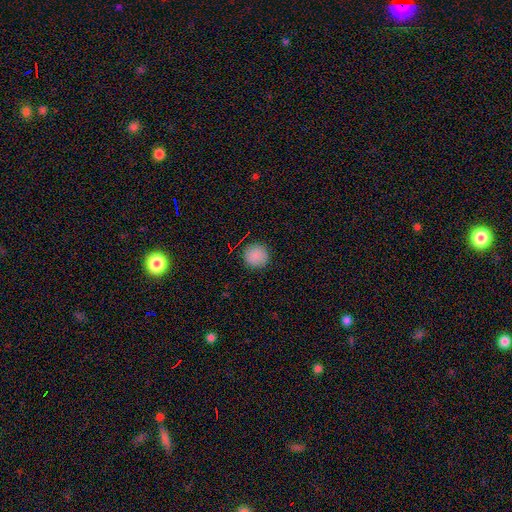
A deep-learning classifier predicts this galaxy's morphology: smooth-or-featured: smooth: 88% | star or artifact: 9% | featured or disk: 3%
  how-rounded: round: 95% | in between: 4% | cigar-shaped: 1%
  merging: none: 90% | minor disturbance: 7% | major disturbance: 2% | merger: 1%